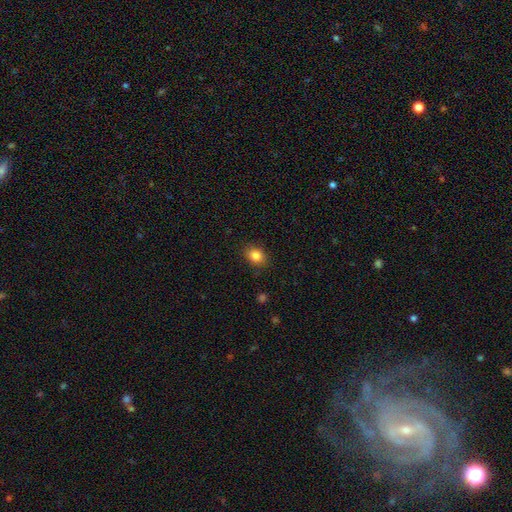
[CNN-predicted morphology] A smooth galaxy with no disk features (84%) that is in between round and cigar-shaped (55%).

Vote fractions:
- Smooth or featured? smooth: 84% / star or artifact: 10% / featured or disk: 5%
- How rounded? in between: 55% / round: 44% / cigar-shaped: 1%
- Merging? none: 87% / minor disturbance: 9% / major disturbance: 2% / merger: 1%